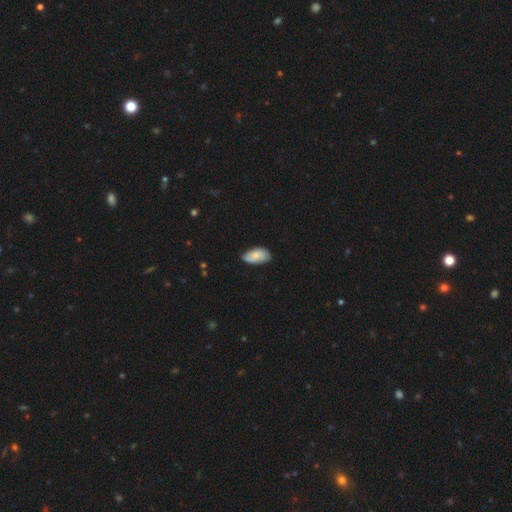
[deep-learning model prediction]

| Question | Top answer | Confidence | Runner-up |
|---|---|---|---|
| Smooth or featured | smooth | 72% | featured or disk (22%) |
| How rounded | in between | 94% | cigar-shaped (3%) |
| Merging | none | 70% | minor disturbance (25%) |